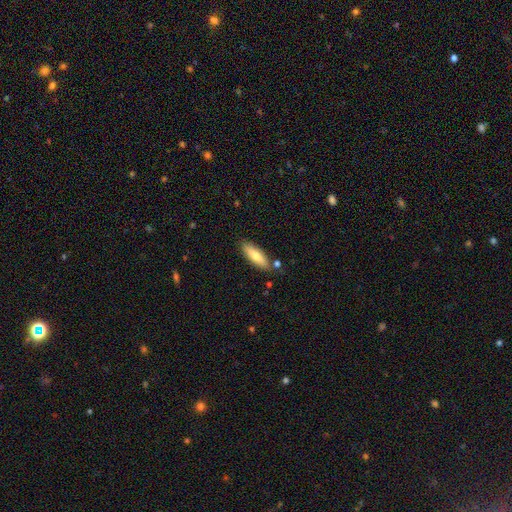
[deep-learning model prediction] Overall: smooth (73%). How rounded: in between (52%; cigar-shaped 46%). Merging: none (82%).